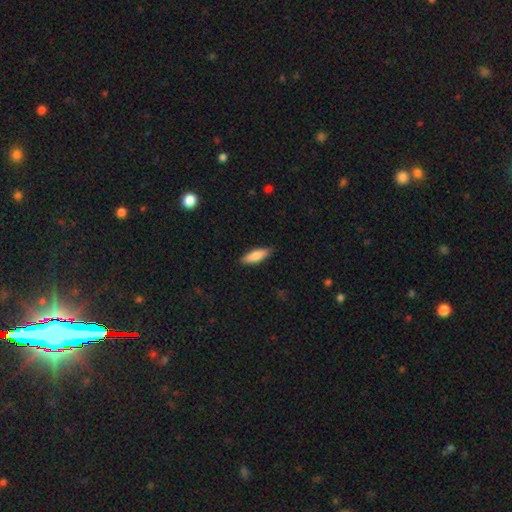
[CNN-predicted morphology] The model was most divided on "how rounded": cigar-shaped: 56%, in between: 42%, round: 2%. More confident: merging — none (88%); smooth or featured — smooth (81%).